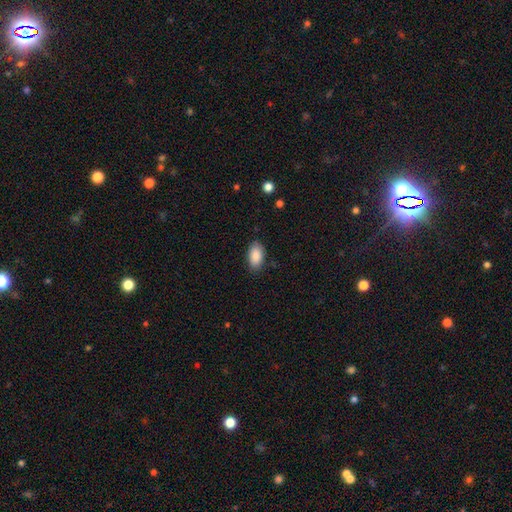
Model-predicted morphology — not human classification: A smooth galaxy with no disk features (88%) that is in between round and cigar-shaped (93%).

Vote fractions:
- Smooth or featured? smooth: 88% / star or artifact: 7% / featured or disk: 6%
- How rounded? in between: 93% / round: 5% / cigar-shaped: 2%
- Merging? none: 82% / minor disturbance: 14% / major disturbance: 3% / merger: 1%